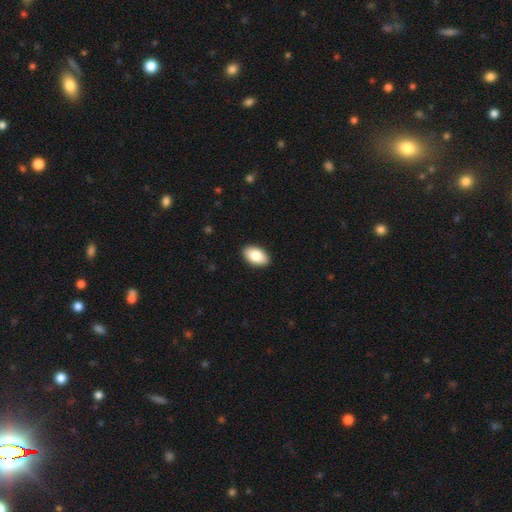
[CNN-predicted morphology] Overall: smooth (85%). How rounded: in between (94%). Merging: none (91%).